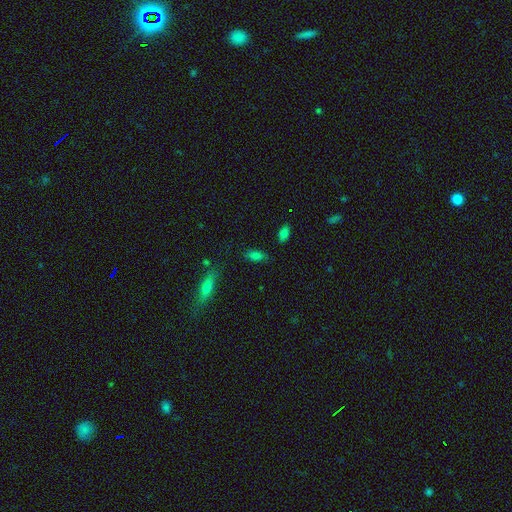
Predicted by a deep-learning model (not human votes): A smooth galaxy with no disk features (79%) that is in between round and cigar-shaped (84%). Merging: none (79%).